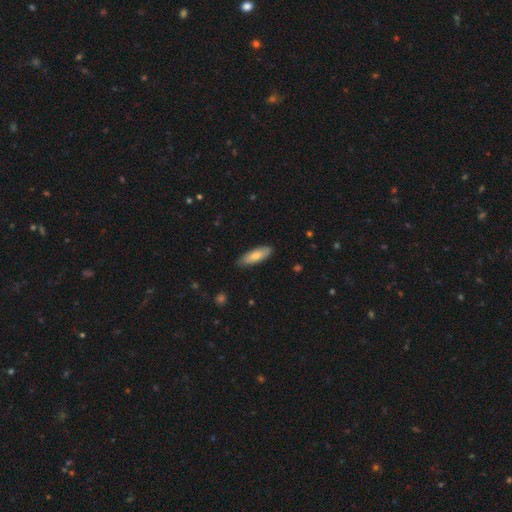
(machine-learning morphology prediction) type=smooth (78%); roundness=in between (56%); merging=none (86%).